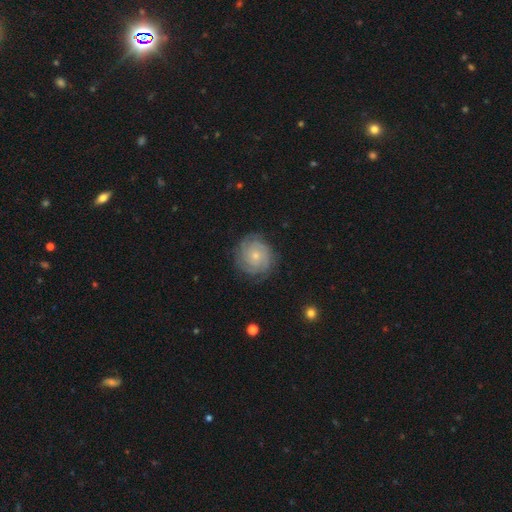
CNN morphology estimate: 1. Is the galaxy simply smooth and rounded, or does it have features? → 75% featured or disk, 18% smooth, 7% star or artifact.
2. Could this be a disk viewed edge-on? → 98% no, 2% yes.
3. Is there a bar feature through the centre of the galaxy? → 82% no, 16% weak, 3% strong.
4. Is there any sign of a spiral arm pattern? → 94% yes, 6% no.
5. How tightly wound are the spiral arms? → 78% tight, 18% medium, 4% loose.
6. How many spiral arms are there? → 33% can't tell, 21% 3, 16% 4, 15% 2, 8% more than 4, 7% 1.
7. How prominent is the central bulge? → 67% small, 29% moderate, 2% none, 1% large, 1% dominant.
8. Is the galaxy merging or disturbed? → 82% none, 12% minor disturbance, 4% major disturbance, 1% merger.